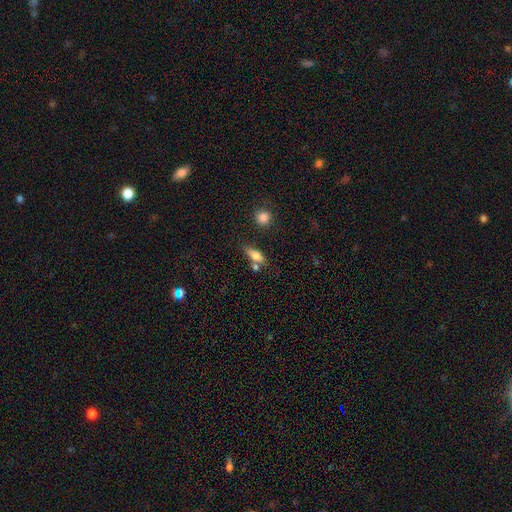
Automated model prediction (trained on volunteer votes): The model was most divided on "merging": none: 52%, merger: 23%, minor disturbance: 18%, major disturbance: 7%. More confident: smooth or featured — smooth (72%); how rounded — in between (63%).